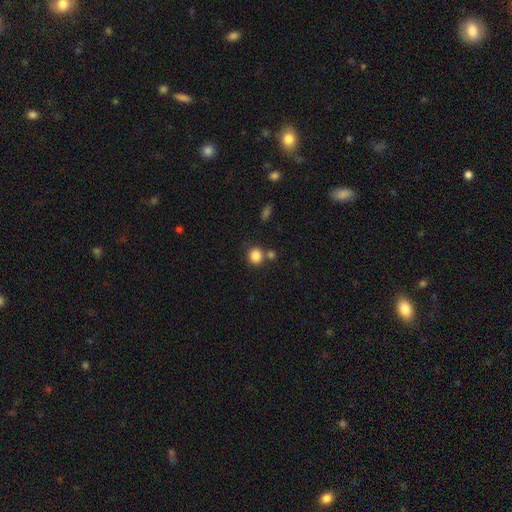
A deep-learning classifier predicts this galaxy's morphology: smooth 86%, star or artifact 10%, featured or disk 4%. Down the decision tree: how rounded — round (83%); merging — none (70%).